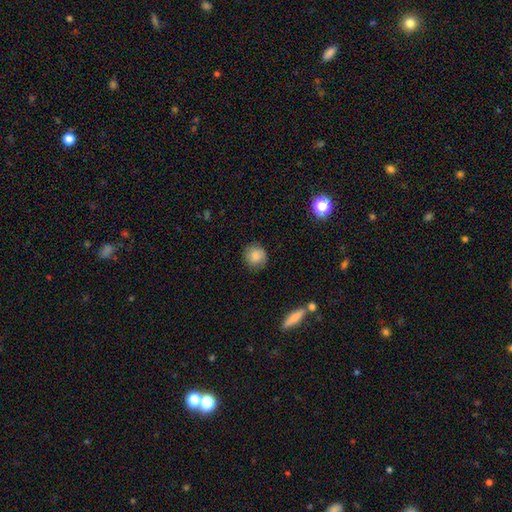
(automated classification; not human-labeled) This is clearly a smooth galaxy (81%). How rounded: clearly round (86%). Merging: clearly none (82%).